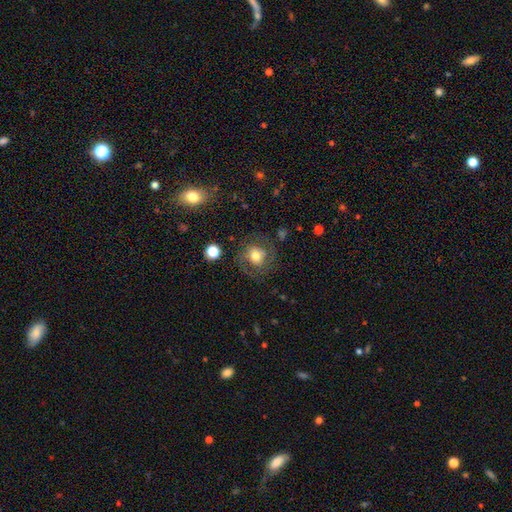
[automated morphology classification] Smooth or featured?
  - smooth: 54% *
  - featured or disk: 36%
  - star or artifact: 10%
How rounded?
  - round: 82% *
  - in between: 17%
  - cigar-shaped: 1%
Merging?
  - none: 73% *
  - minor disturbance: 15%
  - major disturbance: 11%
  - merger: 2%